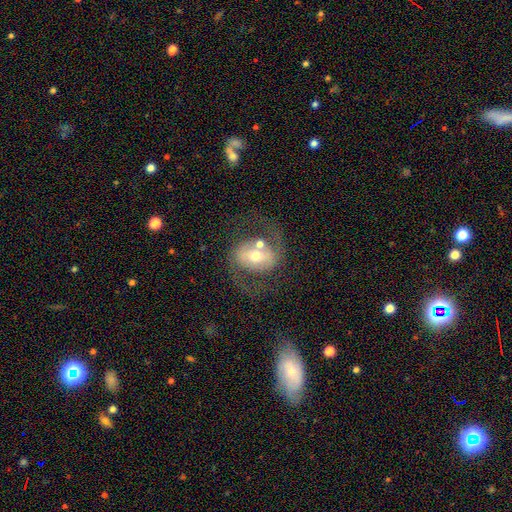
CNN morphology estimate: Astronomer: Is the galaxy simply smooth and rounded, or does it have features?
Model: featured or disk — 74%.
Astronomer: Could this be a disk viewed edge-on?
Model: no — 96%.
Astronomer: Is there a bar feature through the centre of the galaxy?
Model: no — 38% (runner-up: weak, 33%).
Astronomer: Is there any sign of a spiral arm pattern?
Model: yes — 78%.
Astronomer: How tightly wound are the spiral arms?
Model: medium — 49% (runner-up: loose, 36%).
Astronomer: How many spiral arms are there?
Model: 2 — 88%.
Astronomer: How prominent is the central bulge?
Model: moderate — 64%.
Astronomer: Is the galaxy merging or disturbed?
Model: none — 58%.